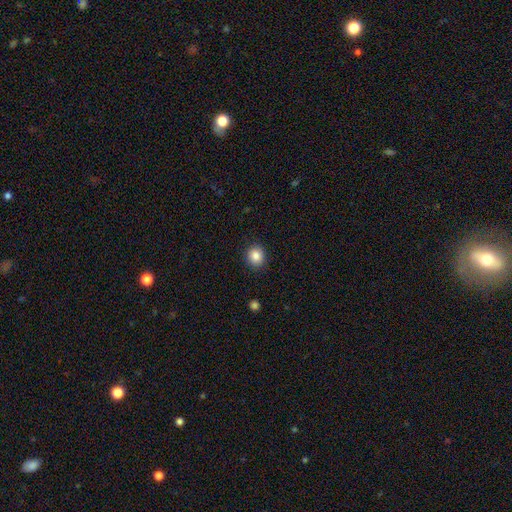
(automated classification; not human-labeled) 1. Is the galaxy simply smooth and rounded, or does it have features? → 85% smooth, 10% star or artifact, 6% featured or disk.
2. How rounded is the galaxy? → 80% round, 19% in between, 1% cigar-shaped.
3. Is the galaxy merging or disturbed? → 90% none, 7% minor disturbance, 2% major disturbance, 1% merger.